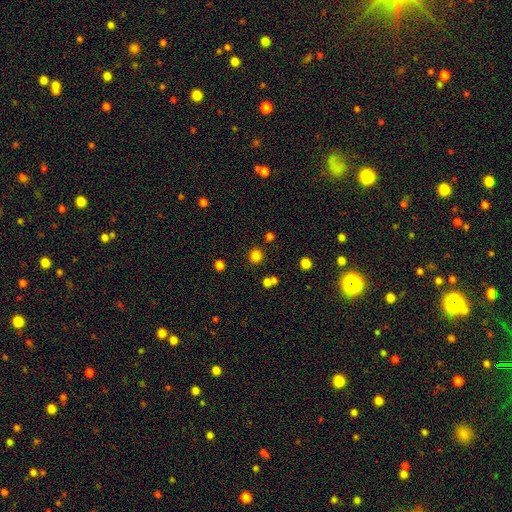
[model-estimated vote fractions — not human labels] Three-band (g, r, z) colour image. It shows a smooth galaxy with no disk features (80%) that is round (93%). Merging: none (84%).